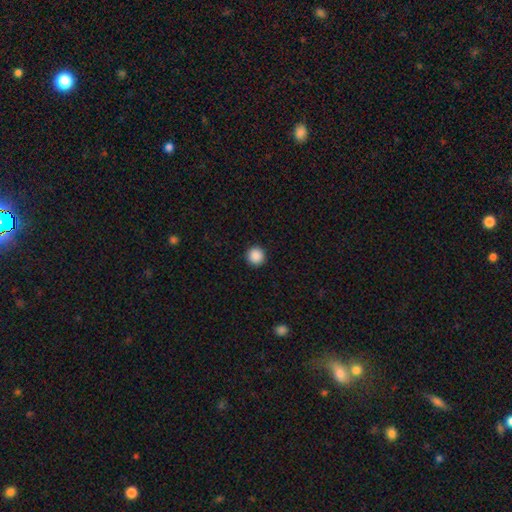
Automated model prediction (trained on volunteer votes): Smooth or featured: smooth — 89% (star or artifact — 9%)
How rounded: round — 96% (in between — 3%)
Merging: none — 93% (minor disturbance — 4%)